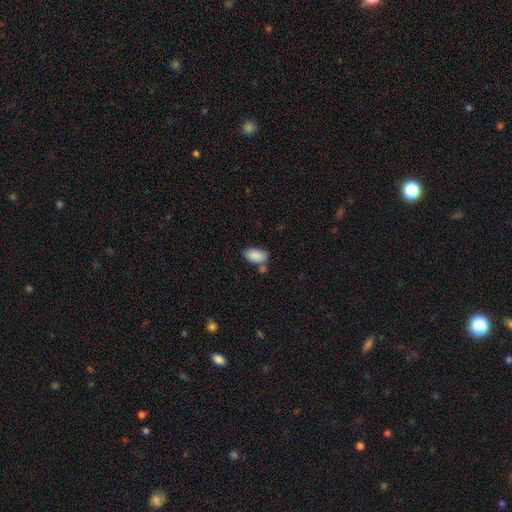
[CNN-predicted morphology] Smooth or featured?
  - smooth: 88% *
  - star or artifact: 7%
  - featured or disk: 5%
How rounded?
  - in between: 94% *
  - round: 4%
  - cigar-shaped: 2%
Merging?
  - none: 58% *
  - merger: 19%
  - minor disturbance: 18%
  - major disturbance: 5%